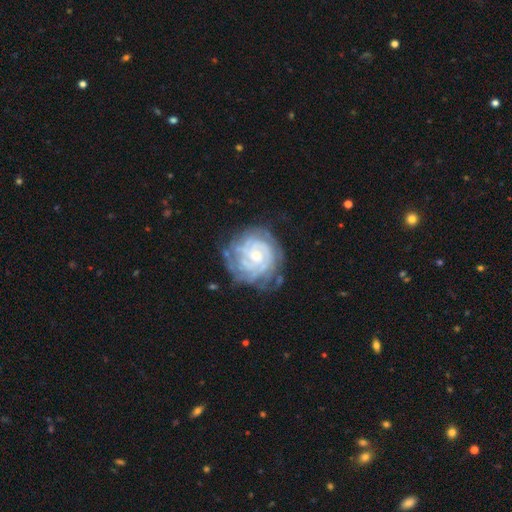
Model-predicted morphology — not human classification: Q: Smooth or featured?
A: featured or disk (85%); runner-up: smooth (9%)
Q: Edge-on disk?
A: no (98%); runner-up: yes (2%)
Q: Bar?
A: no (72%); runner-up: weak (23%)
Q: Spiral arms?
A: yes (95%); runner-up: no (5%)
Q: Spiral winding?
A: tight (78%); runner-up: medium (18%)
Q: Spiral arm count?
A: can't tell (35%); runner-up: 3 (19%)
Q: Bulge size?
A: small (59%); runner-up: moderate (35%)
Q: Merging?
A: none (71%); runner-up: minor disturbance (19%)